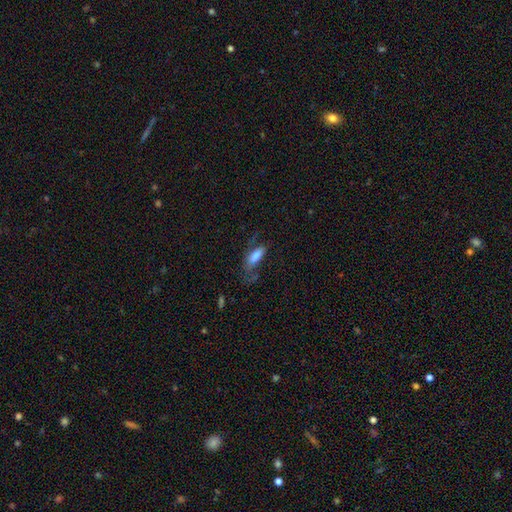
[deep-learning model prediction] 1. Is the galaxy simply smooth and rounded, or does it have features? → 63% smooth, 29% featured or disk, 8% star or artifact.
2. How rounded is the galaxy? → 67% in between, 30% cigar-shaped, 3% round.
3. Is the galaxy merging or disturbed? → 40% none, 33% major disturbance, 24% minor disturbance, 3% merger.